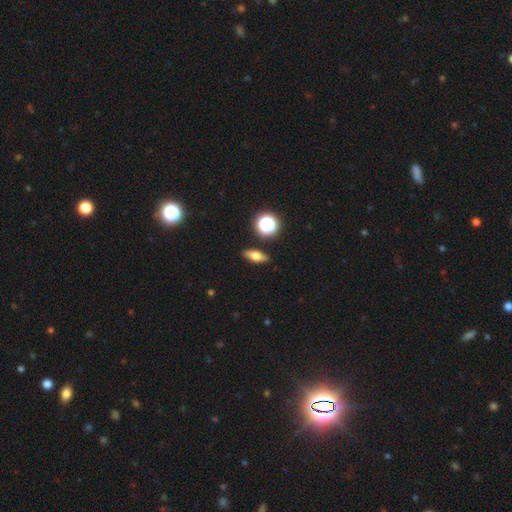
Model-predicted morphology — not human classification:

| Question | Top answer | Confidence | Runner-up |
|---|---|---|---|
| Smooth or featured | smooth | 60% | featured or disk (28%) |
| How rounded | in between | 59% | cigar-shaped (28%) |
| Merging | none | 88% | minor disturbance (8%) |